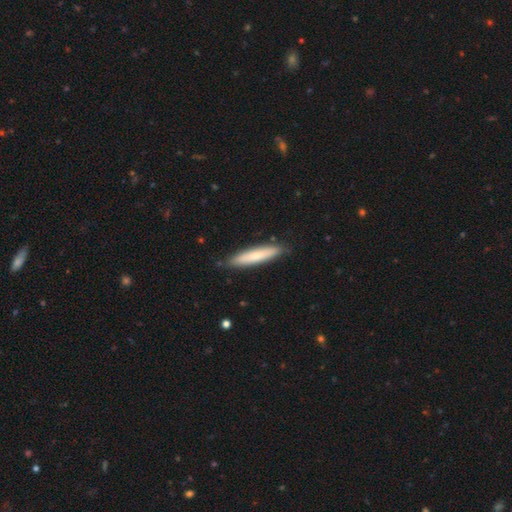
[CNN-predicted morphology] smooth 73%, featured or disk 22%, star or artifact 5%. Down the decision tree: how rounded — cigar-shaped (88%); merging — none (87%).